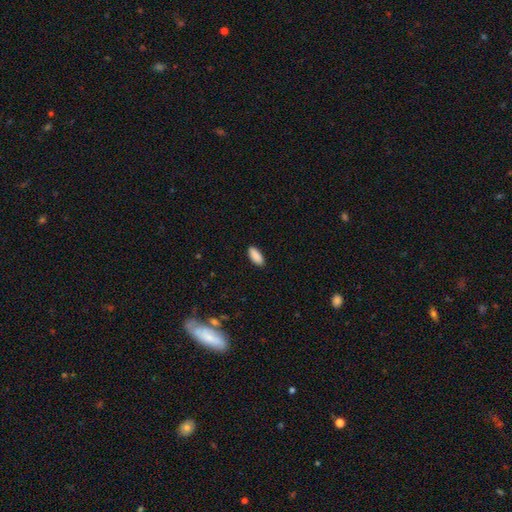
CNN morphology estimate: smooth_or_featured: smooth (p=0.90) [alt: star or artifact p=0.07]
how_rounded: in between (p=0.87) [alt: cigar-shaped p=0.11]
merging: none (p=0.89) [alt: minor disturbance p=0.08]